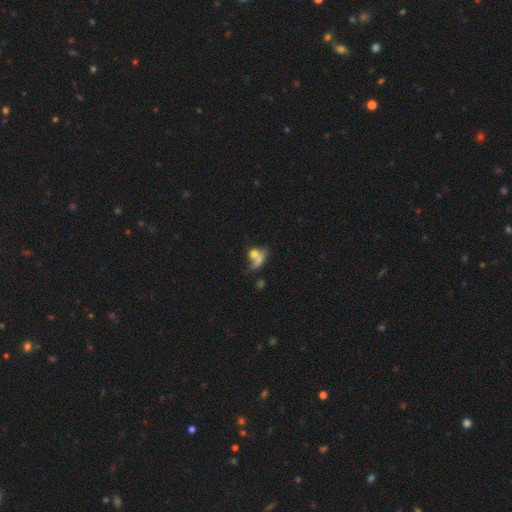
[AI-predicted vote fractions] A smooth galaxy with no disk features (65%) that is in between round and cigar-shaped (50%).

Vote fractions:
- Smooth or featured? smooth: 65% / featured or disk: 23% / star or artifact: 12%
- How rounded? in between: 50% / round: 39% / cigar-shaped: 11%
- Merging? merger: 52% / none: 26% / major disturbance: 12% / minor disturbance: 11%